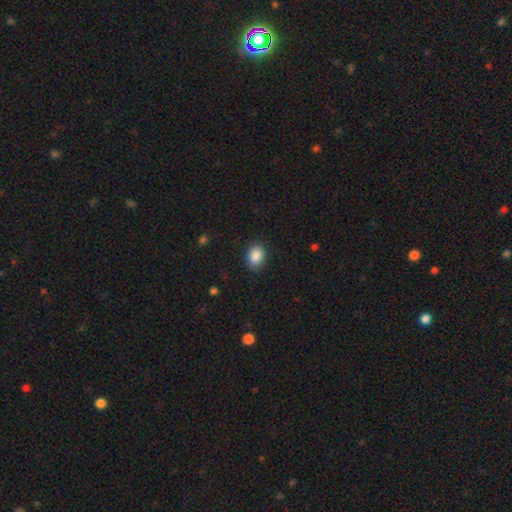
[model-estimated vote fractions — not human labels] smooth-or-featured: smooth: 88% | star or artifact: 8% | featured or disk: 3%
  how-rounded: in between: 68% | round: 31% | cigar-shaped: 1%
  merging: none: 87% | minor disturbance: 9% | major disturbance: 2% | merger: 1%